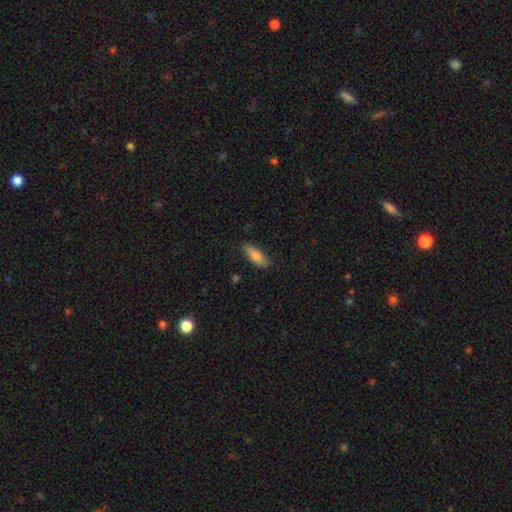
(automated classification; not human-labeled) Overall: smooth (82%). How rounded: in between (65%; cigar-shaped 33%). Merging: none (85%).